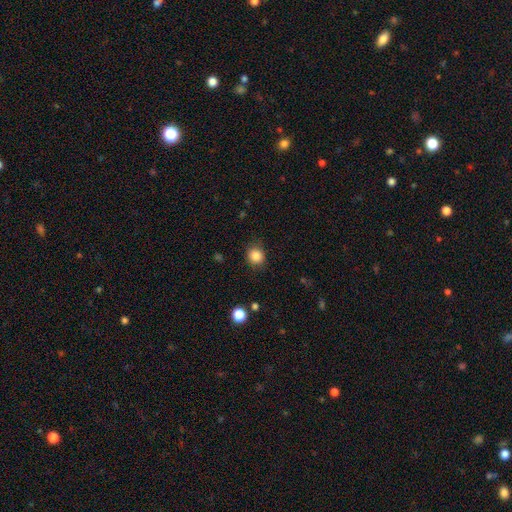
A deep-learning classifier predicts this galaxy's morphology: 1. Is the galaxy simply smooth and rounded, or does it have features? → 85% smooth, 11% star or artifact, 4% featured or disk.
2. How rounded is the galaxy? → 83% round, 16% in between, 1% cigar-shaped.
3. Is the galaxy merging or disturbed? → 84% none, 11% minor disturbance, 3% major disturbance, 1% merger.